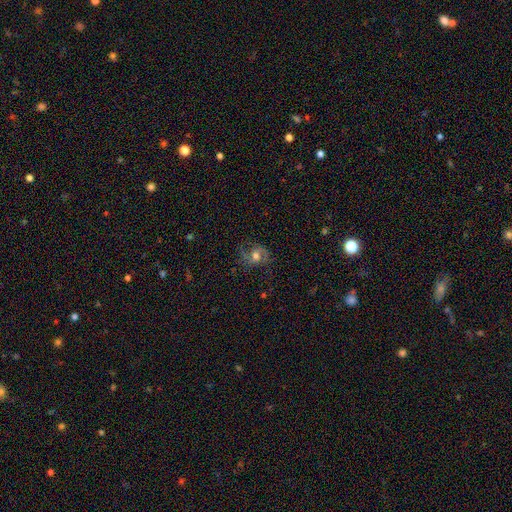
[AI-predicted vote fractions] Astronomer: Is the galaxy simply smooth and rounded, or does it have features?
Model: featured or disk — 64%.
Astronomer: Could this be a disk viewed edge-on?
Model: no — 97%.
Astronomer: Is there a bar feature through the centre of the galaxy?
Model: no — 53% (runner-up: weak, 36%).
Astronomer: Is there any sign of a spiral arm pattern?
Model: yes — 89%.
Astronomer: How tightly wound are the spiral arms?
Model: medium — 47% (runner-up: loose, 38%).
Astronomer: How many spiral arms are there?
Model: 2 — 84%.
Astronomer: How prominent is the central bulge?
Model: moderate — 61%.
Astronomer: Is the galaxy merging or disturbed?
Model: none — 67%.